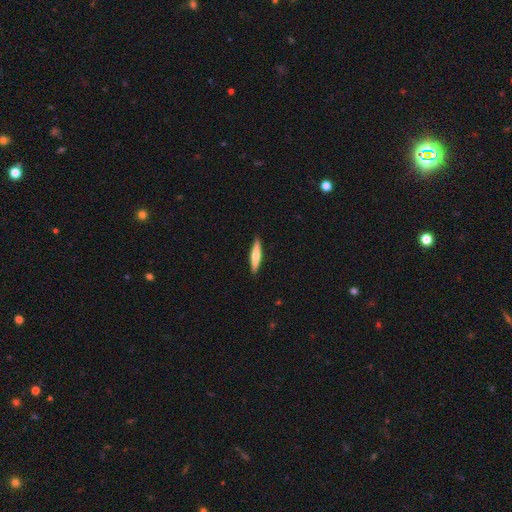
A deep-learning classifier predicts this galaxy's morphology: smooth 53%, featured or disk 42%, star or artifact 5%. Down the decision tree: how rounded — cigar-shaped (87%); merging — none (91%).